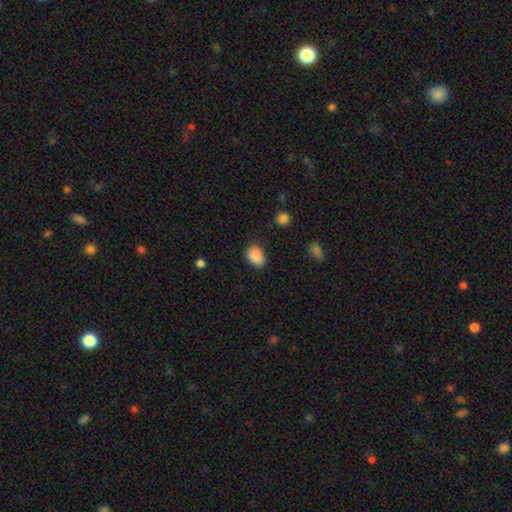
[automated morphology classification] smooth 88%, star or artifact 8%, featured or disk 3%. Down the decision tree: how rounded — in between (80%); merging — none (75%).